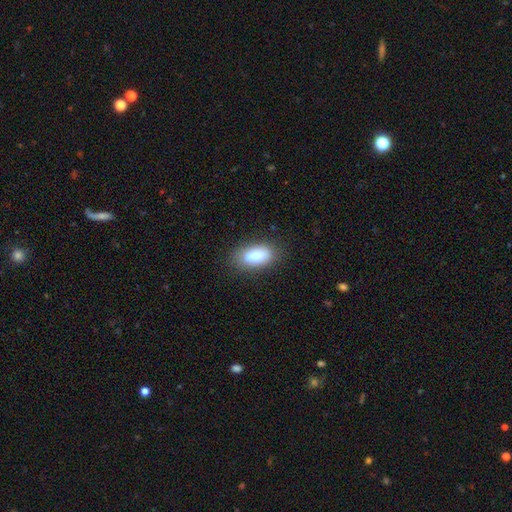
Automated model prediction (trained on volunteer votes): Morphology: type=smooth (84%); roundness=in between (90%); merging=none (81%).